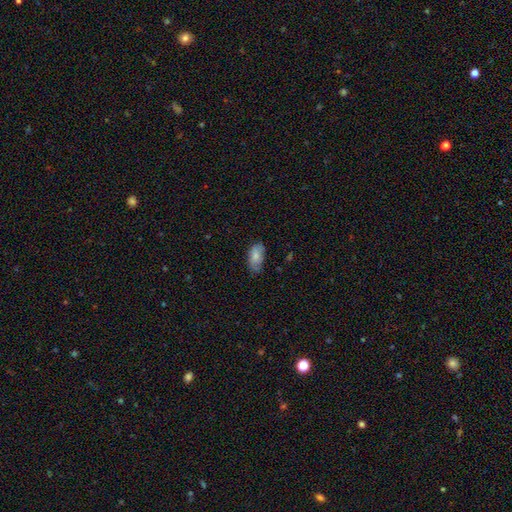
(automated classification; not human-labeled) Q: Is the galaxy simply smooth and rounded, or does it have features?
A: smooth — 78%.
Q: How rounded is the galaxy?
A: in between — 92%.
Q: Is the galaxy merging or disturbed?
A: none — 69%.